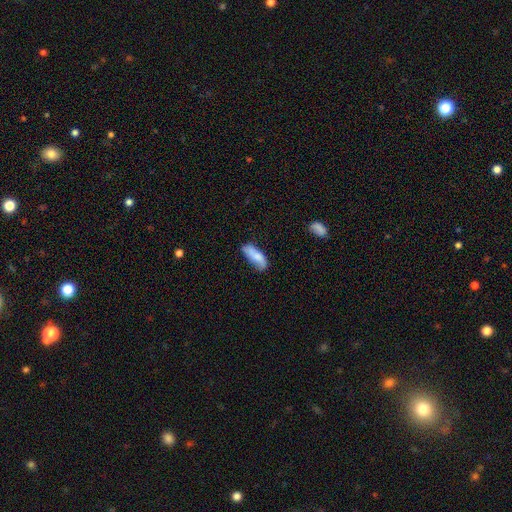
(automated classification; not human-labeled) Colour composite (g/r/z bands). It shows a smooth galaxy with no disk features (74%) that is in between round and cigar-shaped (69%). Merging: none (58%).